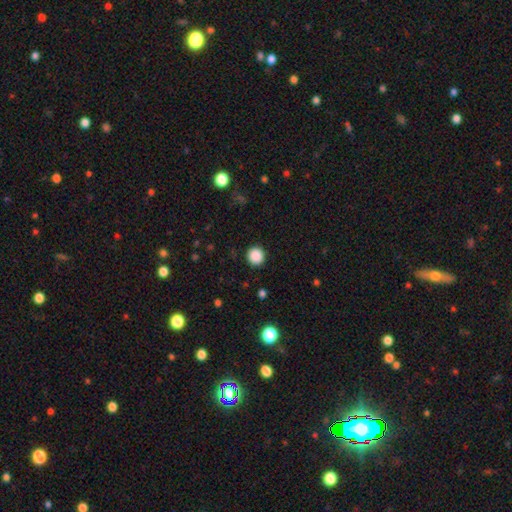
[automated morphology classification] Smooth or featured: smooth — 88% (star or artifact — 10%)
How rounded: round — 94% (in between — 5%)
Merging: none — 91% (minor disturbance — 6%)